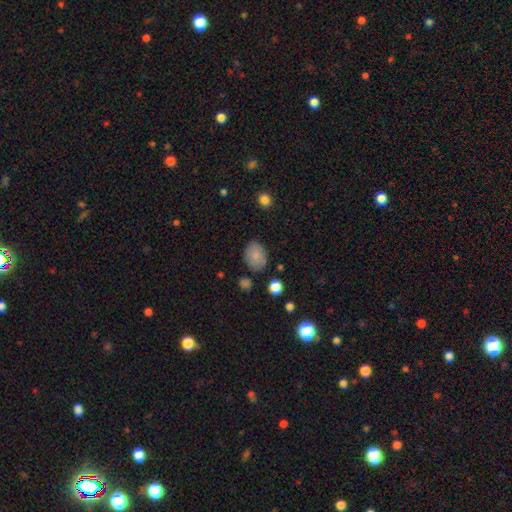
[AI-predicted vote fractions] Smooth or featured: smooth — 83% (featured or disk — 8%)
How rounded: in between — 68% (round — 31%)
Merging: none — 78% (minor disturbance — 15%)